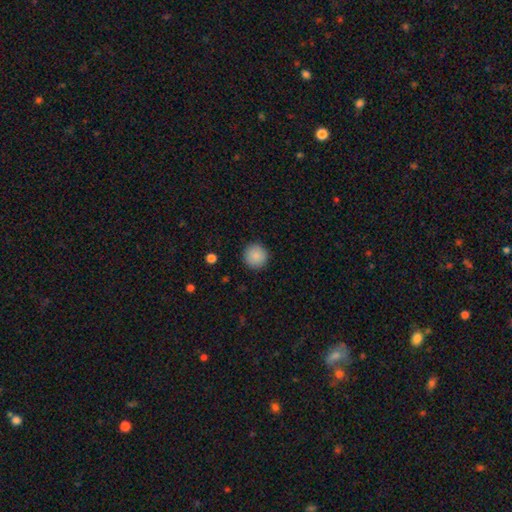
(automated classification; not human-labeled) This is clearly a smooth galaxy (88%). How rounded: clearly round (96%). Merging: clearly none (92%).